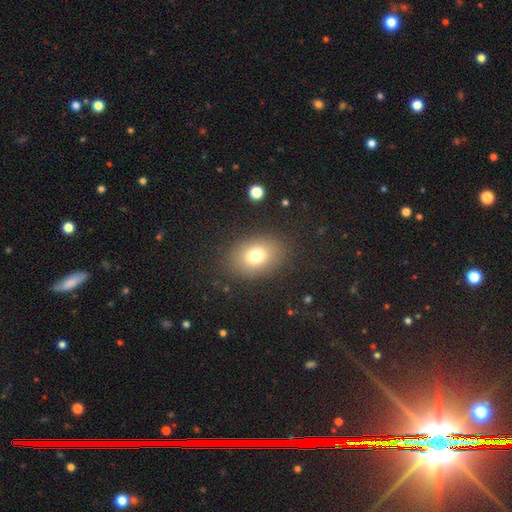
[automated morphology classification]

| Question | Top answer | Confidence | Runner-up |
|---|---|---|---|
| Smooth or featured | smooth | 76% | star or artifact (12%) |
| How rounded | in between | 64% | round (35%) |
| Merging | none | 85% | minor disturbance (9%) |